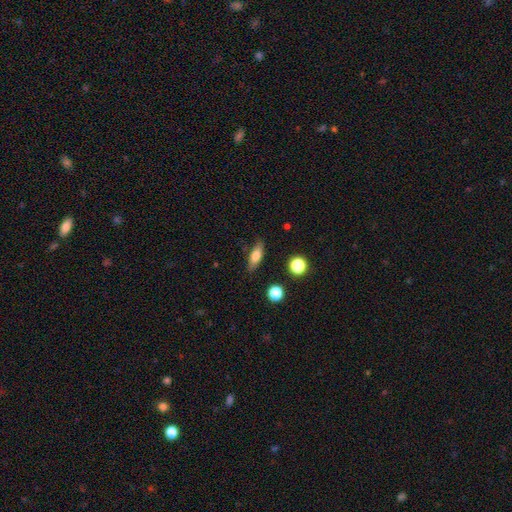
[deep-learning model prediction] Smooth or featured? Predicted: smooth (p=0.70). How rounded? Predicted: in between (p=0.54). Merging? Predicted: none (p=0.84).